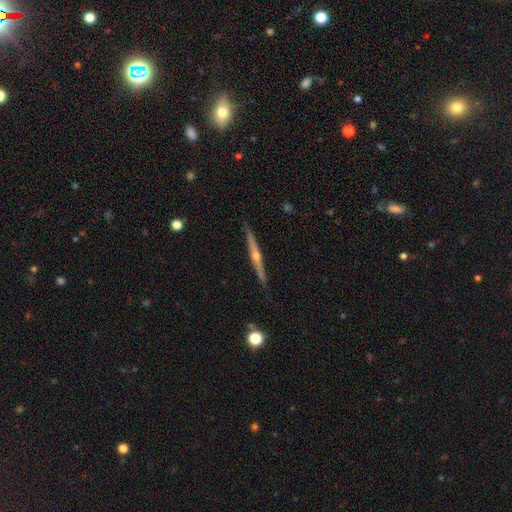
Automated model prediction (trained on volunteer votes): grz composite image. It shows a featured or disk galaxy (81%) viewed edge-on (98%) with a rounded central bulge (88%). Merging: none (90%).